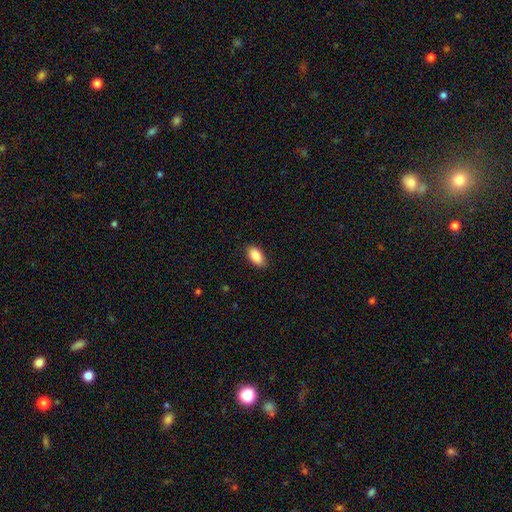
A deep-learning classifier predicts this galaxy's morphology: This is clearly a smooth galaxy (88%). How rounded: clearly in between (93%). Merging: clearly none (86%).